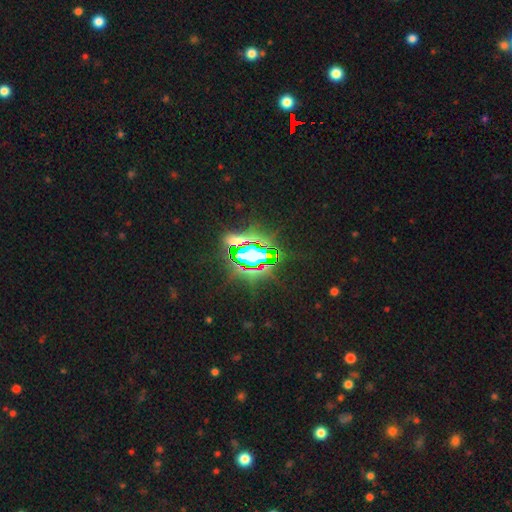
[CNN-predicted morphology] type=star or artifact (75%).